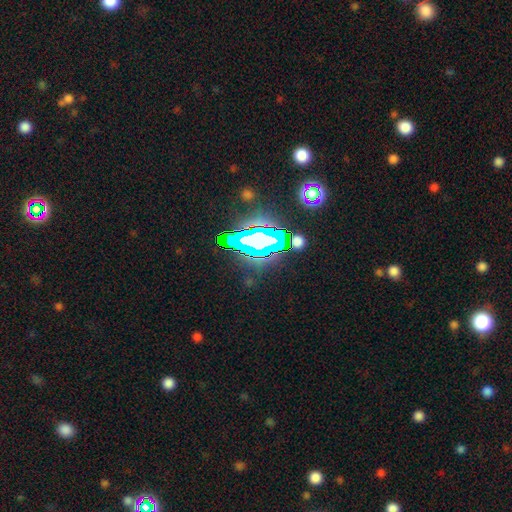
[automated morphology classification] This appears to be a star or artifact, not a galaxy (76%).